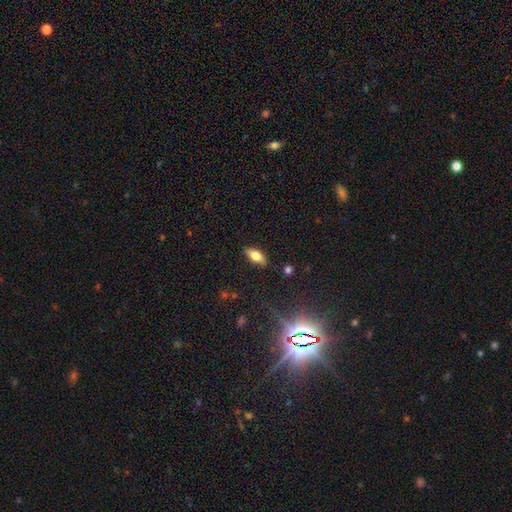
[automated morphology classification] Smooth or featured? Predicted: smooth (p=0.75). How rounded? Predicted: in between (p=0.85). Merging? Predicted: none (p=0.84).